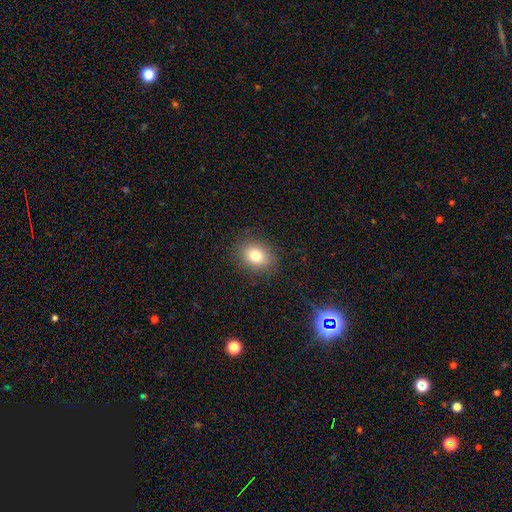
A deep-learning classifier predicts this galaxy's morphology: Overall: smooth (79%). How rounded: in between (56%; round 43%). Merging: none (87%).